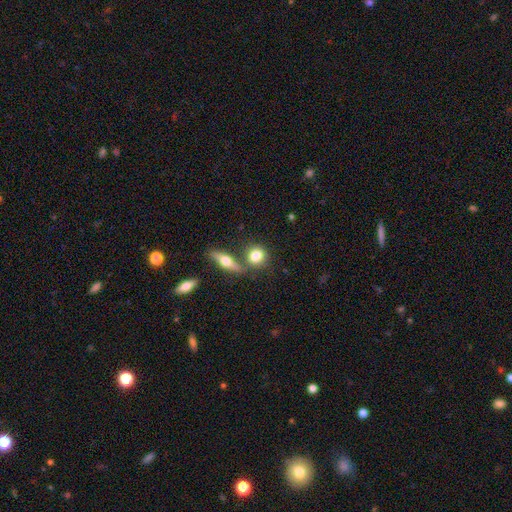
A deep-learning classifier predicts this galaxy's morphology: Smooth or featured?
  - smooth: 77% *
  - featured or disk: 15%
  - star or artifact: 8%
How rounded?
  - round: 61% *
  - in between: 33%
  - cigar-shaped: 5%
Merging?
  - none: 60% *
  - merger: 25%
  - minor disturbance: 11%
  - major disturbance: 4%